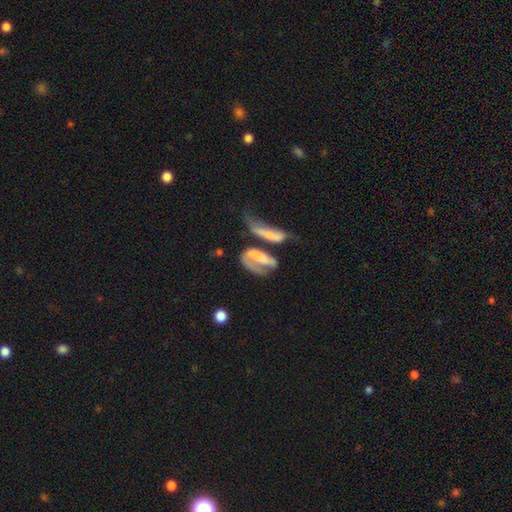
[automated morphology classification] smooth-or-featured: featured or disk: 57% | smooth: 33% | star or artifact: 10%
  disk-edge-on: no: 87% | yes: 13%
  merging: merger: 48% | major disturbance: 25% | none: 16% | minor disturbance: 11%